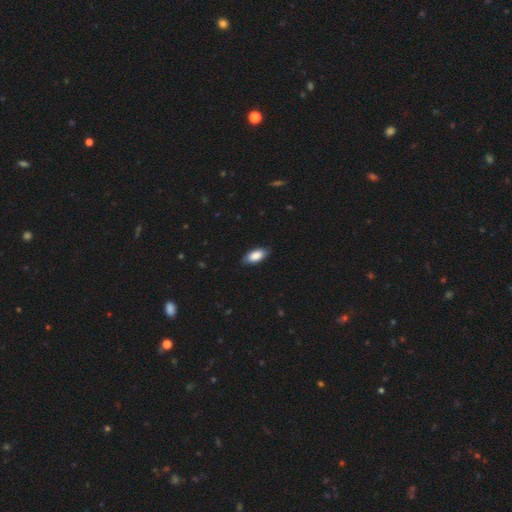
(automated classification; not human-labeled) Smooth or featured? smooth (86%)
How rounded? in between (90%)
Merging? none (85%)